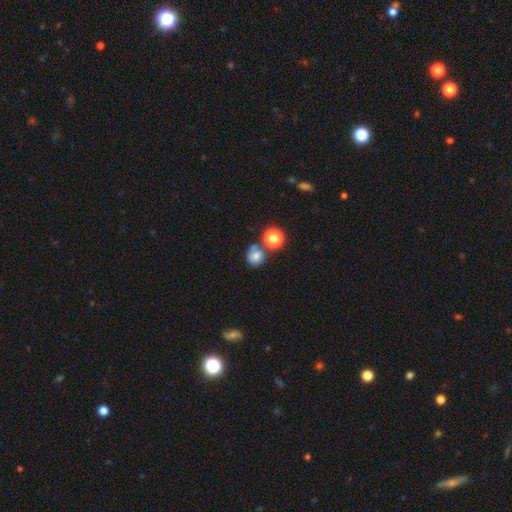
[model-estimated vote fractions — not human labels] smooth-or-featured: smooth: 70% | featured or disk: 16% | star or artifact: 14%
  how-rounded: round: 81% | in between: 19% | cigar-shaped: 1%
  merging: none: 50% | merger: 29% | minor disturbance: 14% | major disturbance: 6%